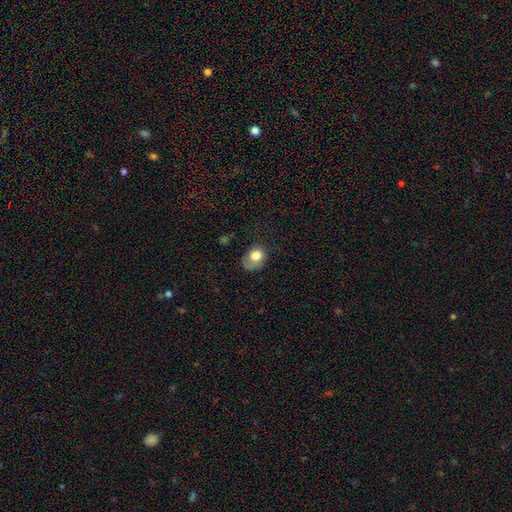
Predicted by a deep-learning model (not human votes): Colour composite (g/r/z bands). It shows a smooth galaxy with no disk features (77%) that is in between round and cigar-shaped (50%). Merging: none (38%).